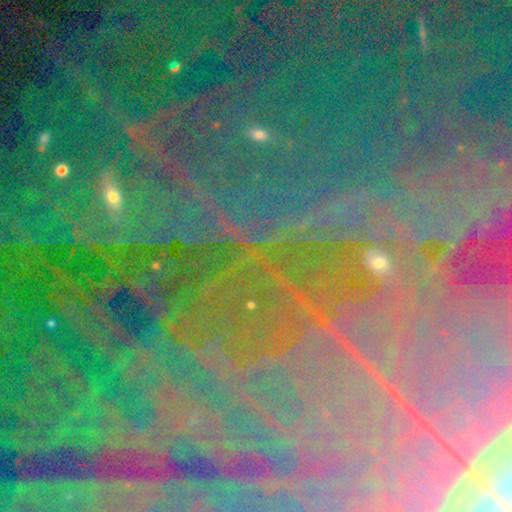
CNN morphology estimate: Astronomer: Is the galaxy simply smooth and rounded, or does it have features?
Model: star or artifact — 88%.